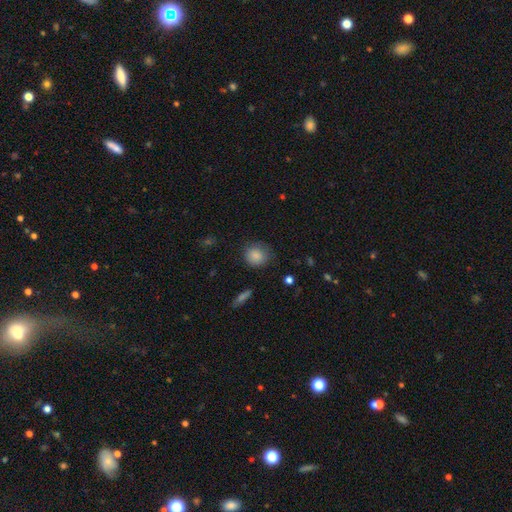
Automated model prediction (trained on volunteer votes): A smooth galaxy with no disk features (86%) that is round (82%). Merging: none (75%).